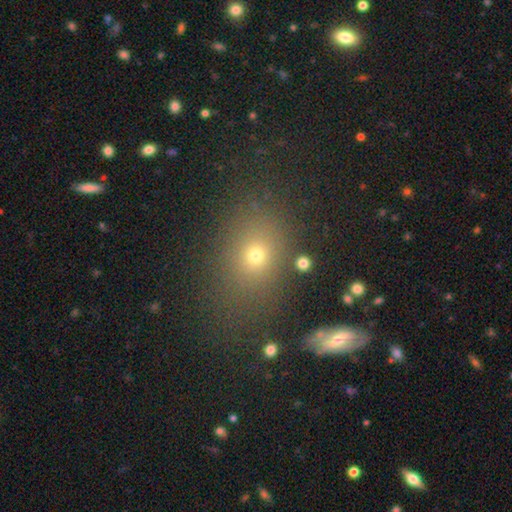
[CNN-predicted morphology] A smooth galaxy with no disk features (65%) that is in between round and cigar-shaped (59%).

Vote fractions:
- Smooth or featured? smooth: 65% / star or artifact: 23% / featured or disk: 12%
- How rounded? in between: 59% / round: 39% / cigar-shaped: 2%
- Merging? none: 77% / minor disturbance: 12% / major disturbance: 6% / merger: 5%